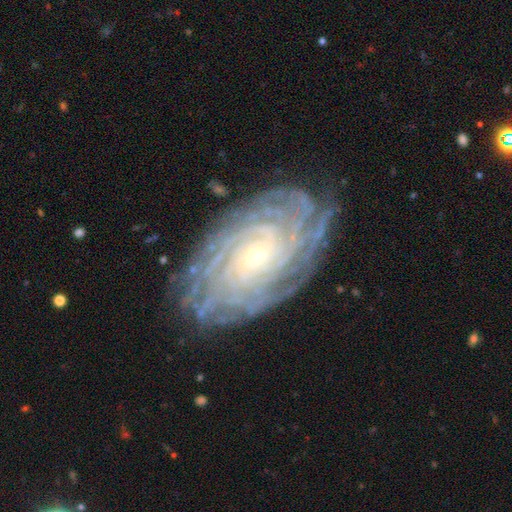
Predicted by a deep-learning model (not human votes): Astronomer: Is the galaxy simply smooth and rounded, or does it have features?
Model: featured or disk — 89%.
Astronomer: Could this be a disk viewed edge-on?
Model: no — 96%.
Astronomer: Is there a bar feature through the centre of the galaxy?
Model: no — 72%.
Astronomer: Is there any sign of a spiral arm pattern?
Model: yes — 98%.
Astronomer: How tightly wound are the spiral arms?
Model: tight — 86%.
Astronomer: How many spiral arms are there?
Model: more than 4 — 43% (runner-up: can't tell, 21%).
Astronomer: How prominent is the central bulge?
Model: small — 81%.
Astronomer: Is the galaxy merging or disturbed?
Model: none — 83%.